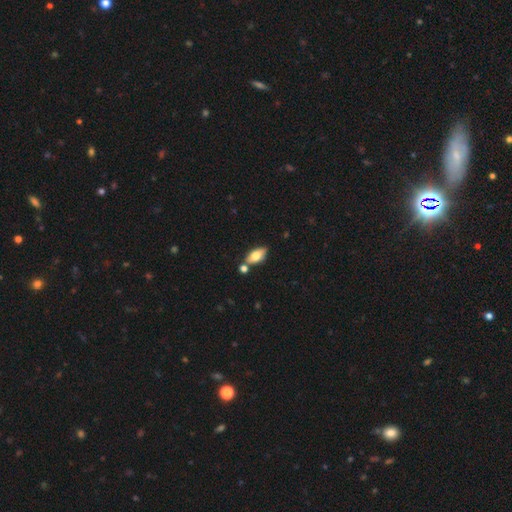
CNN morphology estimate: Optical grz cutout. It shows a smooth galaxy with no disk features (73%) that is in between round and cigar-shaped (89%). Merging: none (70%).